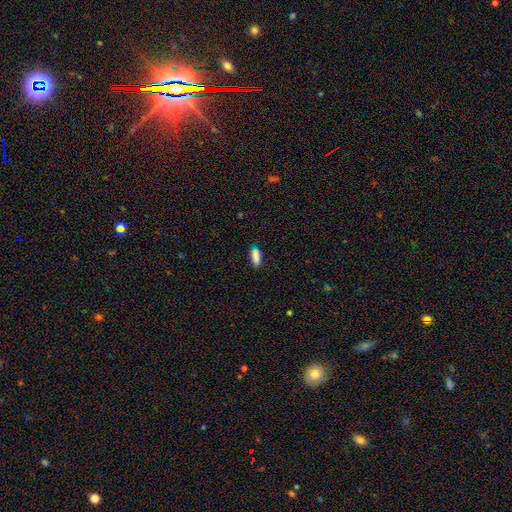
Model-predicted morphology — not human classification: Smooth or featured? Predicted: smooth (p=0.87). How rounded? Predicted: in between (p=0.75). Merging? Predicted: none (p=0.78).